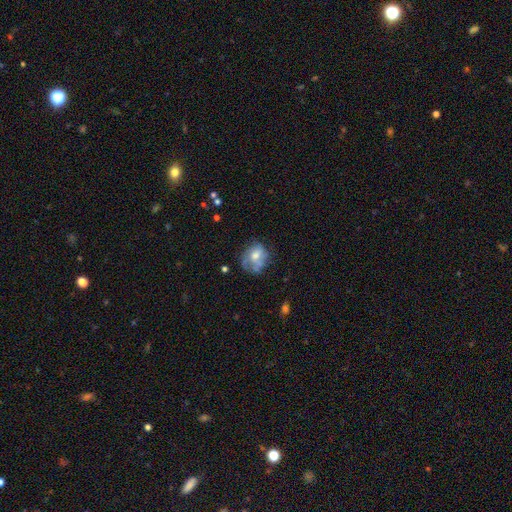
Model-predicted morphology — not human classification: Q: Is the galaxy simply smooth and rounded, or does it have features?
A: smooth — 48%.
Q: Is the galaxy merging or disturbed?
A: none — 47%.